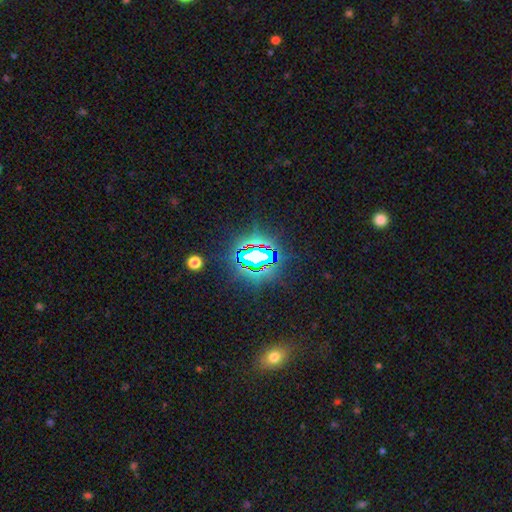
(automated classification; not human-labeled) smooth-or-featured: star or artifact: 74% | smooth: 14% | featured or disk: 11%